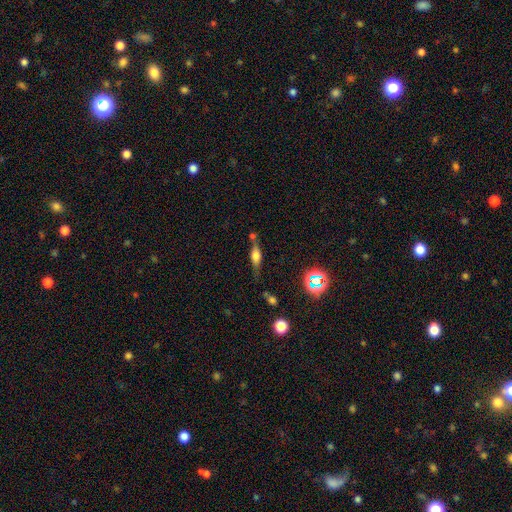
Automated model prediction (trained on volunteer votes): This appears to be a featured or disk galaxy (45%). Merging: none (58%).